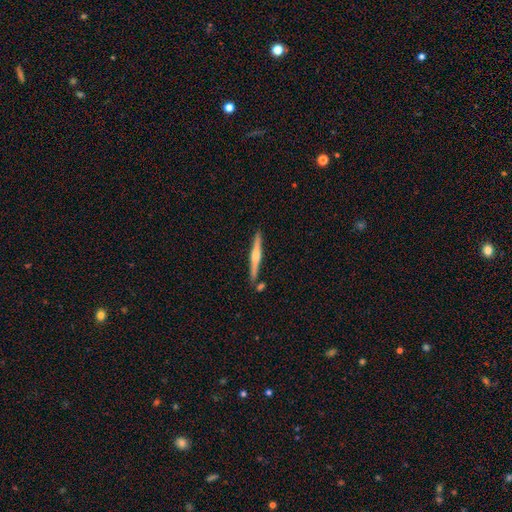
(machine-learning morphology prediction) featured or disk 64%, smooth 31%, star or artifact 5%. Down the decision tree: edge-on disk — yes (98%); edge-on bulge — rounded (76%); merging — none (84%).